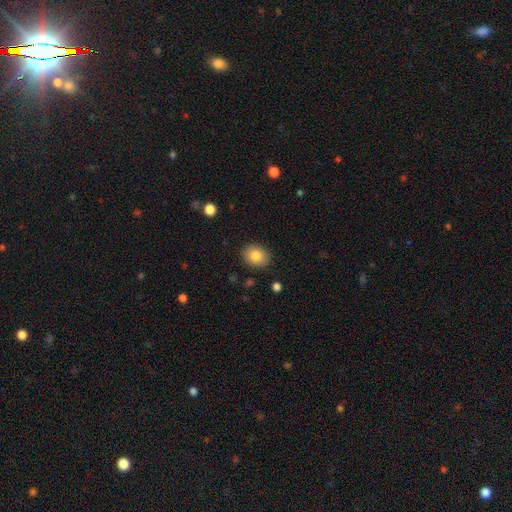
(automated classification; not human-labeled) Q: Smooth or featured?
A: smooth (83%); runner-up: star or artifact (8%)
Q: How rounded?
A: round (51%); runner-up: in between (48%)
Q: Merging?
A: none (88%); runner-up: minor disturbance (8%)